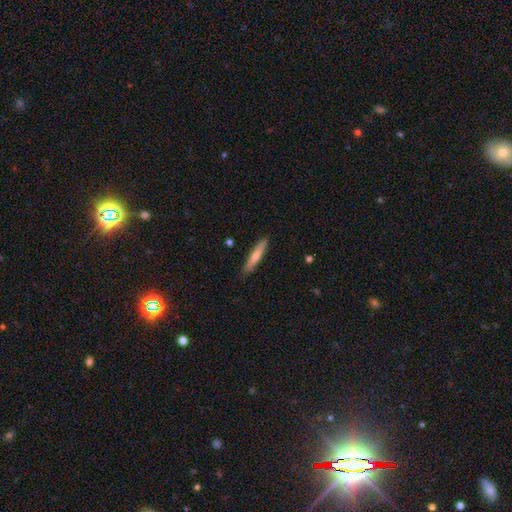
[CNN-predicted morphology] The model was most divided on "smooth or featured": smooth: 66%, featured or disk: 29%, star or artifact: 5%. More confident: how rounded — cigar-shaped (91%); merging — none (87%).